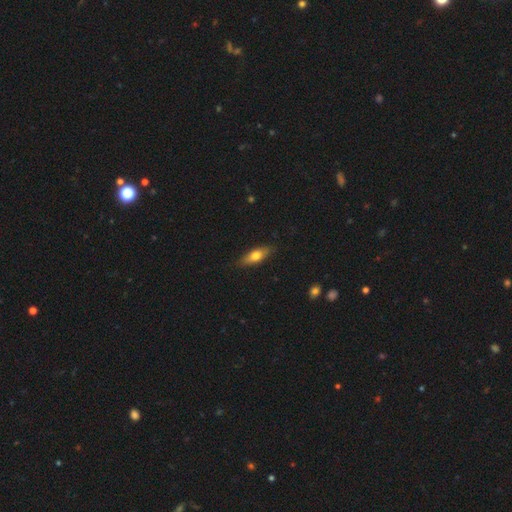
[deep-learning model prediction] Q: Smooth or featured?
A: smooth (65%); runner-up: featured or disk (29%)
Q: How rounded?
A: in between (59%); runner-up: cigar-shaped (38%)
Q: Merging?
A: none (86%); runner-up: minor disturbance (11%)